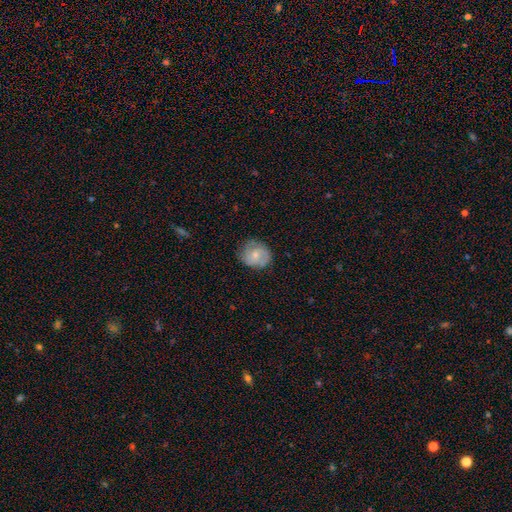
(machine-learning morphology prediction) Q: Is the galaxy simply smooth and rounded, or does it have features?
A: smooth — 56%.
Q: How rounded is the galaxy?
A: round — 80%.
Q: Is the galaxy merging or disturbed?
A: none — 76%.